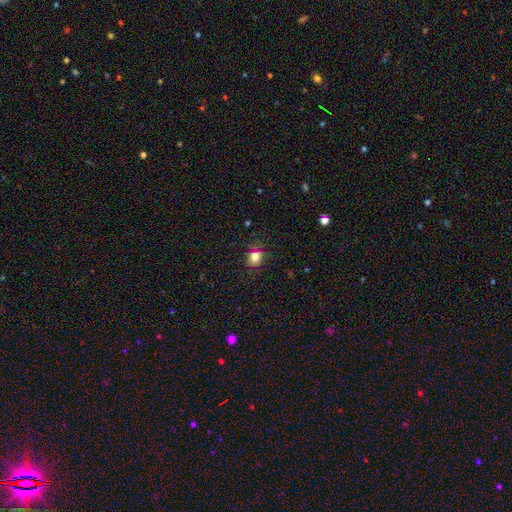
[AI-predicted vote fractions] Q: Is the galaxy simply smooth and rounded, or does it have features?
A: smooth — 78%.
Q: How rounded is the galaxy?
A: round — 61%.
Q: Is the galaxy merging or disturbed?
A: none — 78%.